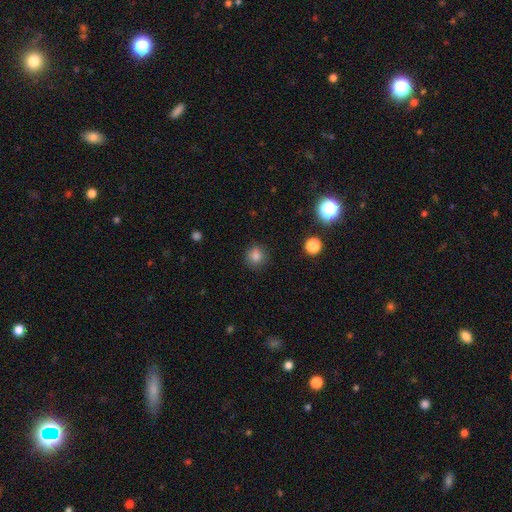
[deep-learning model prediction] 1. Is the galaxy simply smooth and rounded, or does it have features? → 83% smooth, 12% star or artifact, 5% featured or disk.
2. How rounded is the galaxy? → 91% round, 8% in between, 1% cigar-shaped.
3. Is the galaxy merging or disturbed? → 88% none, 8% minor disturbance, 2% major disturbance, 1% merger.